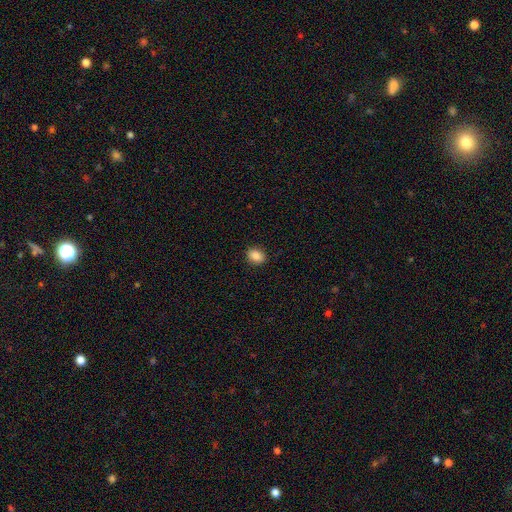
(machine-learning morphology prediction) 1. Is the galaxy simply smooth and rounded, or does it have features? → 87% smooth, 9% star or artifact, 4% featured or disk.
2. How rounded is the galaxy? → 65% in between, 33% round, 1% cigar-shaped.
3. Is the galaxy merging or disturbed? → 90% none, 7% minor disturbance, 2% major disturbance, 1% merger.